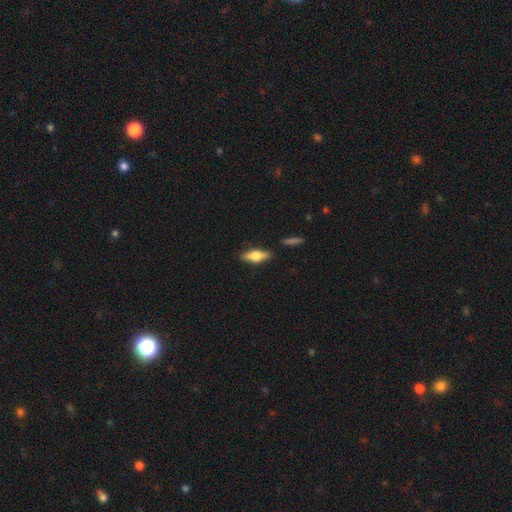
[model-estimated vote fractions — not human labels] A smooth galaxy with no disk features (54%) that is in between round and cigar-shaped (58%).

Vote fractions:
- Smooth or featured? smooth: 54% / featured or disk: 39% / star or artifact: 7%
- How rounded? in between: 58% / cigar-shaped: 39% / round: 3%
- Merging? none: 84% / minor disturbance: 11% / merger: 3% / major disturbance: 2%